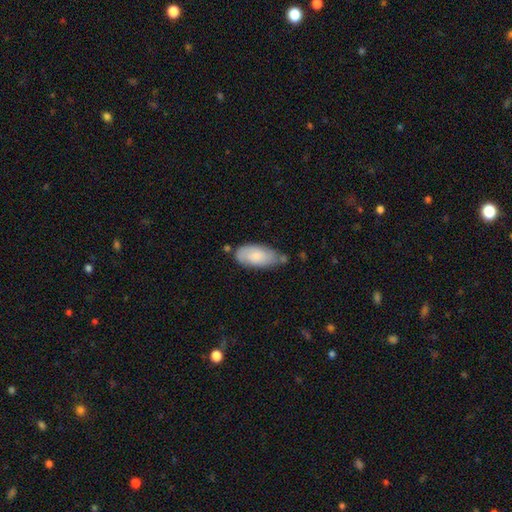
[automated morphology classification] Smooth or featured? smooth (74%)
How rounded? in between (90%)
Merging? none (52%)